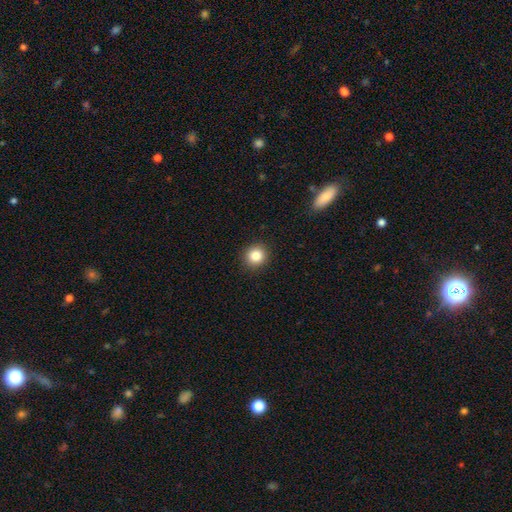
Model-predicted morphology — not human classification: Smooth or featured? smooth (86%)
How rounded? round (89%)
Merging? none (91%)